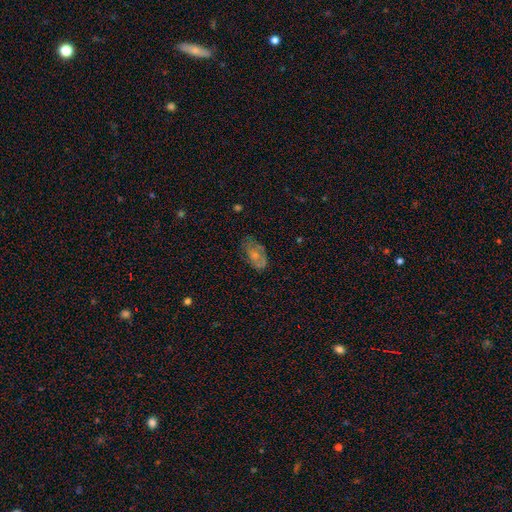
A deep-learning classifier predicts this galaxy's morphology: This appears to be a smooth galaxy with no disk features (50%). Merging: none (56%).